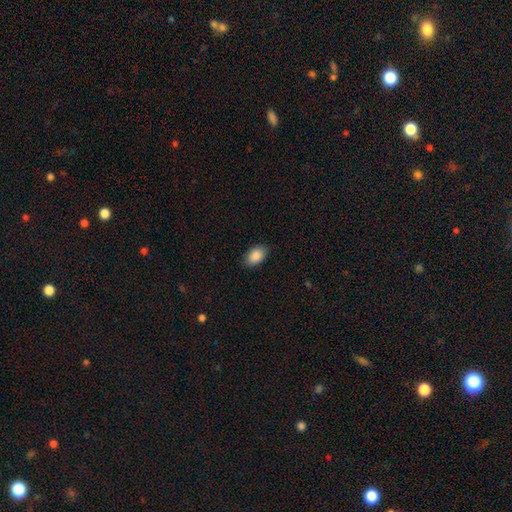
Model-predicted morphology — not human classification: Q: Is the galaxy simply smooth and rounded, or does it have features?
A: smooth — 89%.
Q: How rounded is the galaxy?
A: in between — 91%.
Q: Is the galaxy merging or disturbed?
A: none — 87%.